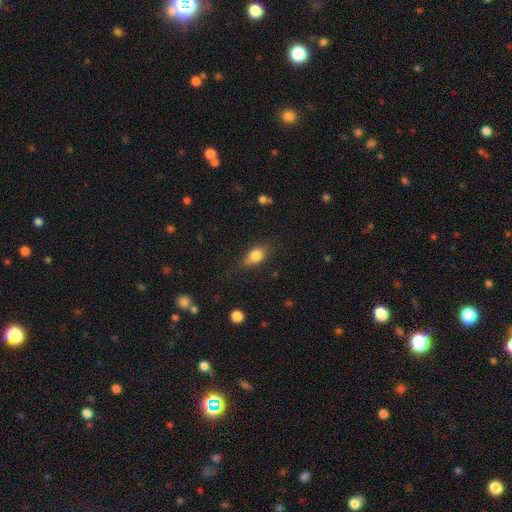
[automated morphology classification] Smooth or featured?
  - smooth: 77% *
  - featured or disk: 14%
  - star or artifact: 9%
How rounded?
  - in between: 75% *
  - round: 19%
  - cigar-shaped: 7%
Merging?
  - none: 67% *
  - minor disturbance: 24%
  - major disturbance: 7%
  - merger: 2%